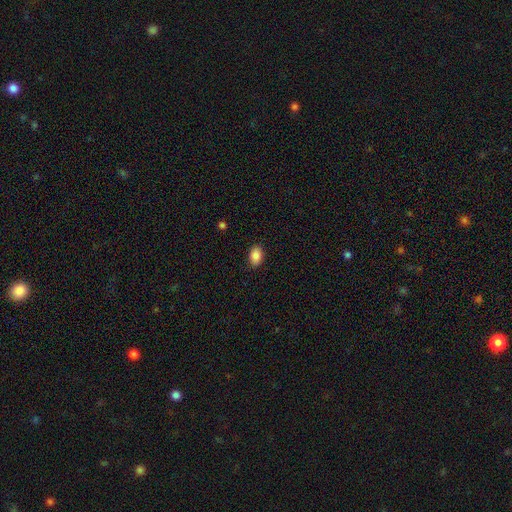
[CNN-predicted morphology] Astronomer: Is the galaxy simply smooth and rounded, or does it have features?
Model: smooth — 87%.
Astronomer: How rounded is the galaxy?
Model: in between — 84%.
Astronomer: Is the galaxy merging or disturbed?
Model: none — 88%.